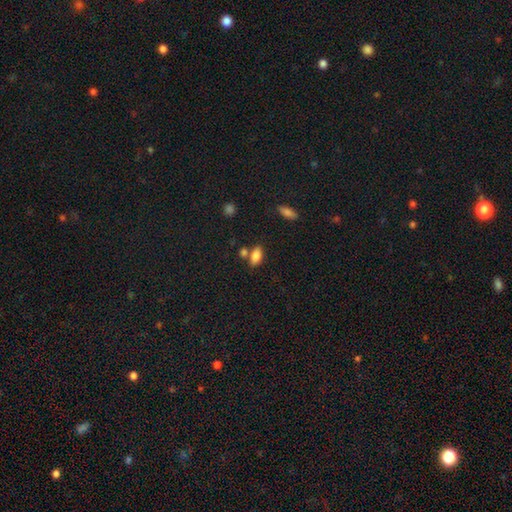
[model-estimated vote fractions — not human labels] smooth 84%, star or artifact 9%, featured or disk 7%. Down the decision tree: how rounded — in between (89%); merging — none (61%).